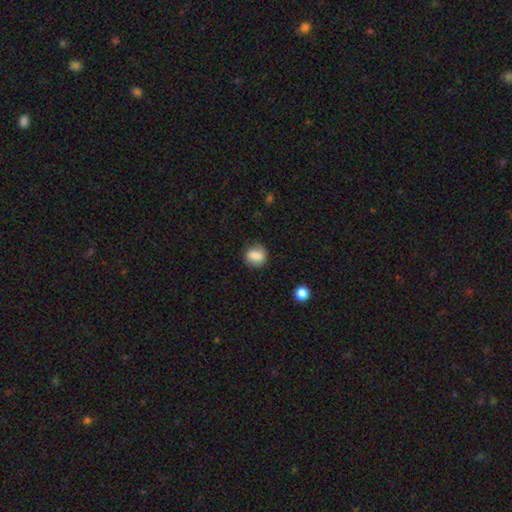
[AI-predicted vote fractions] A smooth galaxy with no disk features (82%) that is round (70%). Merging: none (82%).